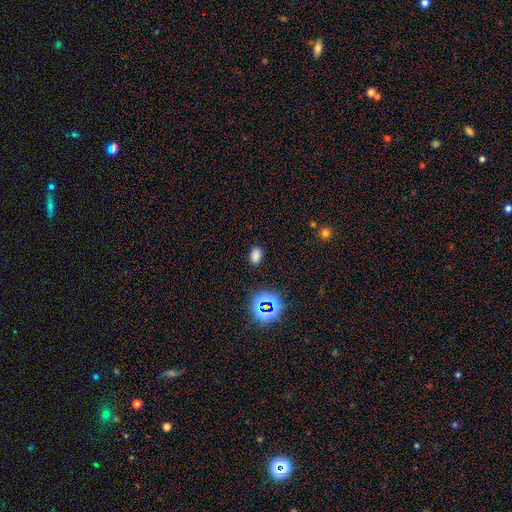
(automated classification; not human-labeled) This appears to be a smooth galaxy with no disk features (75%) that is in between round and cigar-shaped (84%). Merging: none (87%).